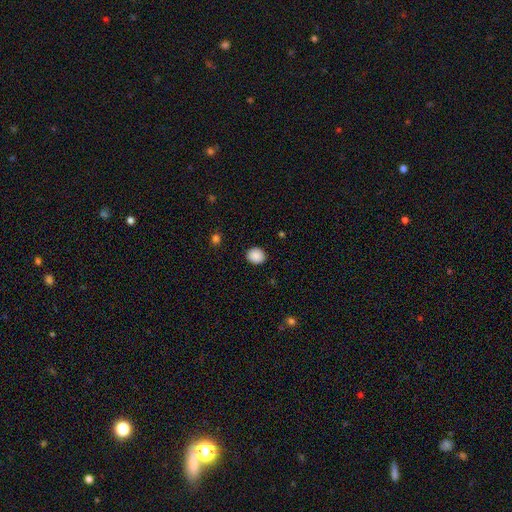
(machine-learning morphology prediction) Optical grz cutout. It shows a smooth galaxy with no disk features (89%) that is round (73%). Merging: none (91%).